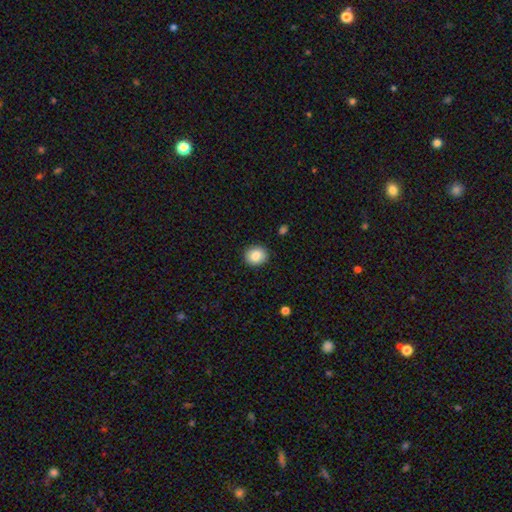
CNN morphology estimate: A smooth galaxy with no disk features (85%) that is round (75%). Merging: none (90%).